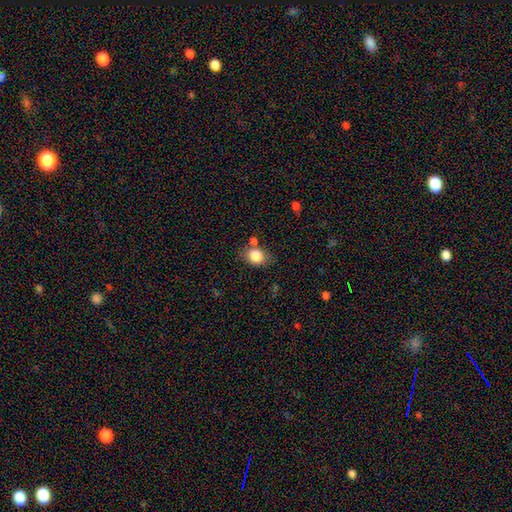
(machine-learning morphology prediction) Smooth or featured: smooth — 84% (star or artifact — 9%)
How rounded: round — 50% (in between — 49%)
Merging: none — 67% (minor disturbance — 17%)